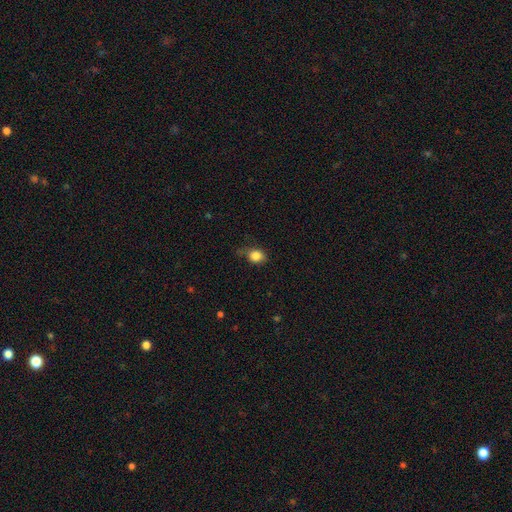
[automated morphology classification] A smooth galaxy with no disk features (83%) that is round (50%).

Vote fractions:
- Smooth or featured? smooth: 83% / star or artifact: 10% / featured or disk: 7%
- How rounded? round: 50% / in between: 48% / cigar-shaped: 2%
- Merging? none: 52% / minor disturbance: 34% / major disturbance: 11% / merger: 2%